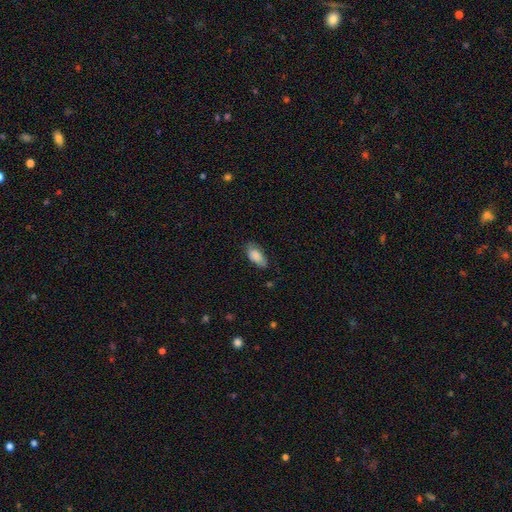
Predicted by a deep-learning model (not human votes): Overall: smooth (85%). How rounded: in between (91%). Merging: none (70%).